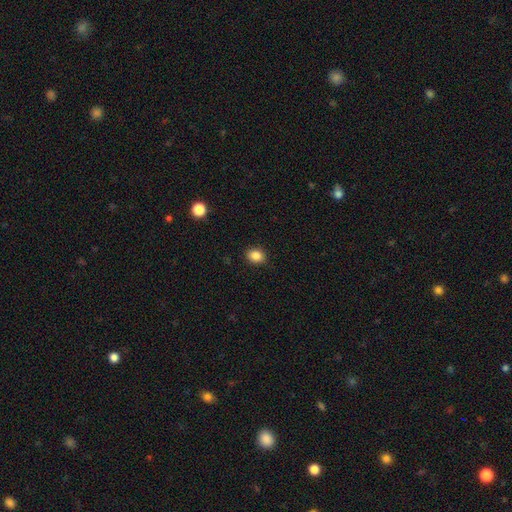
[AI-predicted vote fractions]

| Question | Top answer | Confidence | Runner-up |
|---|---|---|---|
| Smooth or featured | smooth | 86% | star or artifact (10%) |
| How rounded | in between | 50% | round (49%) |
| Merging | none | 89% | minor disturbance (8%) |